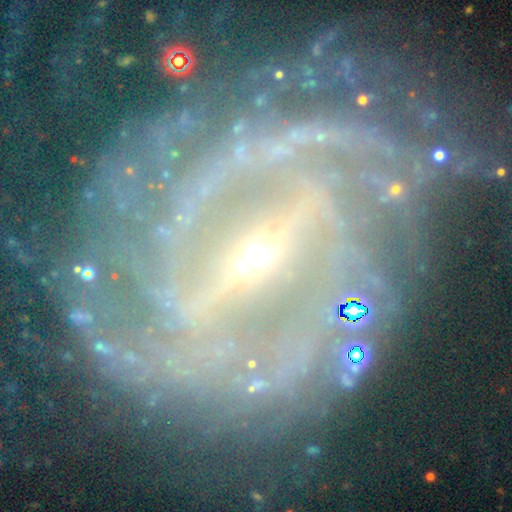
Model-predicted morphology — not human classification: Smooth or featured? featured or disk (91%)
Edge-on disk? no (96%)
Bar? strong (65%)
Spiral arms? yes (96%)
Spiral winding? tight (57%)
Spiral arm count? 2 (26%)
Bulge size? small (86%)
Merging? none (67%)